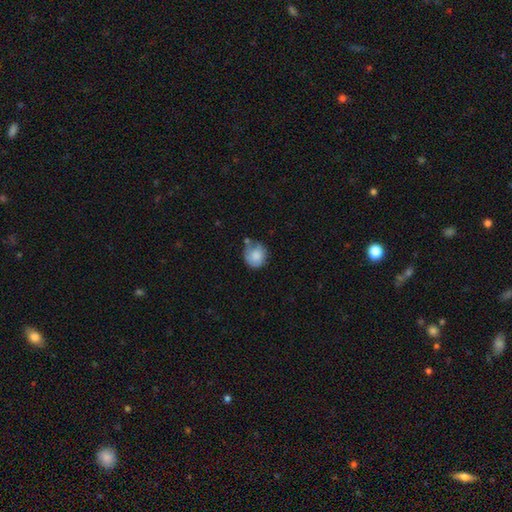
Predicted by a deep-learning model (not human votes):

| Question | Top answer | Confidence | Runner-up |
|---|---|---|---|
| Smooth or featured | smooth | 79% | featured or disk (14%) |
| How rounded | round | 81% | in between (18%) |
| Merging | none | 51% | minor disturbance (30%) |